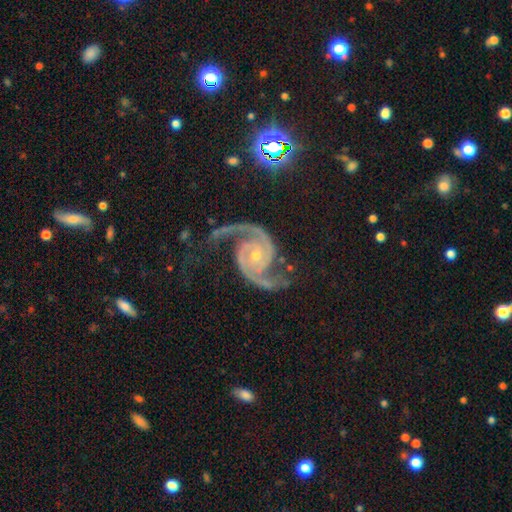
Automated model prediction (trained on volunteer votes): smooth_or_featured: featured or disk (p=0.93) [alt: star or artifact p=0.05]
disk_edge_on: no (p=0.98) [alt: yes p=0.02]
bar: no (p=0.70) [alt: weak p=0.22]
has_spiral_arms: yes (p=0.99) [alt: no p=0.01]
spiral_winding: medium (p=0.58) [alt: tight p=0.23]
spiral_arm_count: 2 (p=0.94) [alt: 3 p=0.01]
bulge_size: small (p=0.59) [alt: moderate p=0.38]
merging: none (p=0.74) [alt: minor disturbance p=0.15]